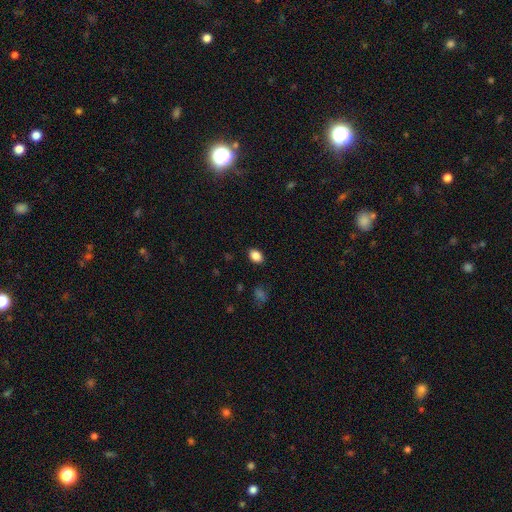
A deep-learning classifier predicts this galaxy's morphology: The model was most divided on "how rounded": in between: 82%, round: 17%, cigar-shaped: 1%. More confident: merging — none (89%); smooth or featured — smooth (87%).